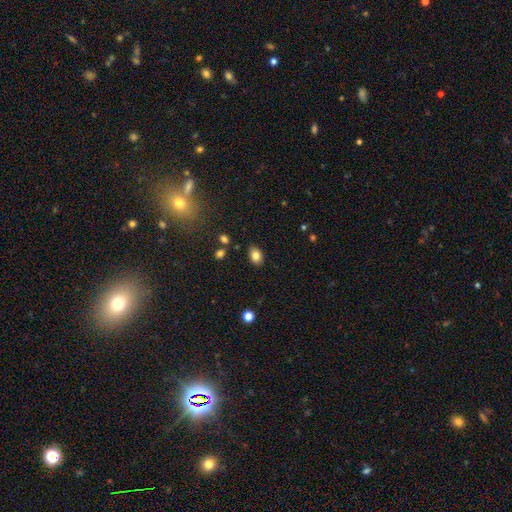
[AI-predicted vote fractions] This is clearly a smooth galaxy (82%). How rounded: likely in between (78%). Merging: clearly none (85%).